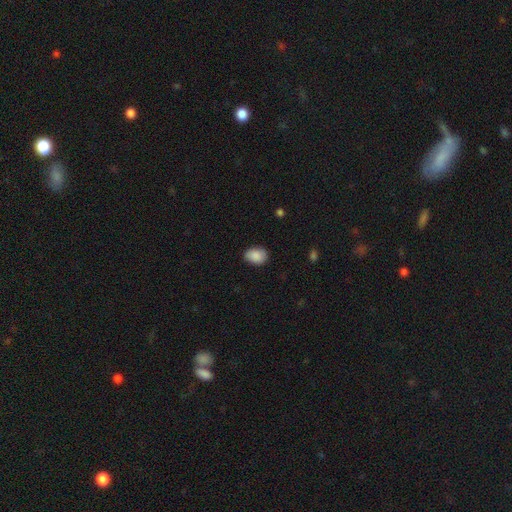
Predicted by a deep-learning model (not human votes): Smooth or featured?
  - smooth: 89% *
  - star or artifact: 7%
  - featured or disk: 4%
How rounded?
  - in between: 70% *
  - round: 29%
  - cigar-shaped: 1%
Merging?
  - none: 81% *
  - minor disturbance: 16%
  - major disturbance: 3%
  - merger: 1%